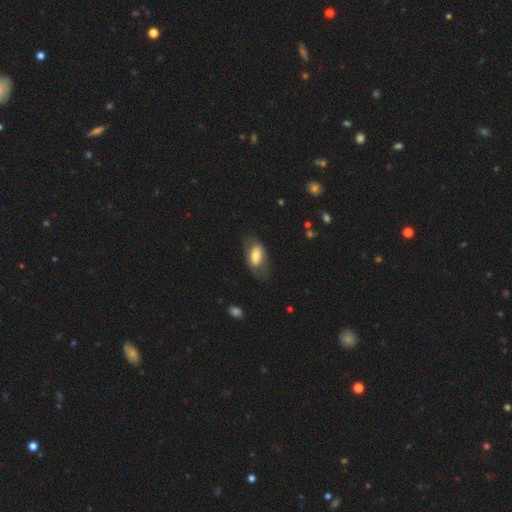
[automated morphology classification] smooth 60%, featured or disk 34%, star or artifact 7%. Down the decision tree: how rounded — in between (88%); merging — none (61%).